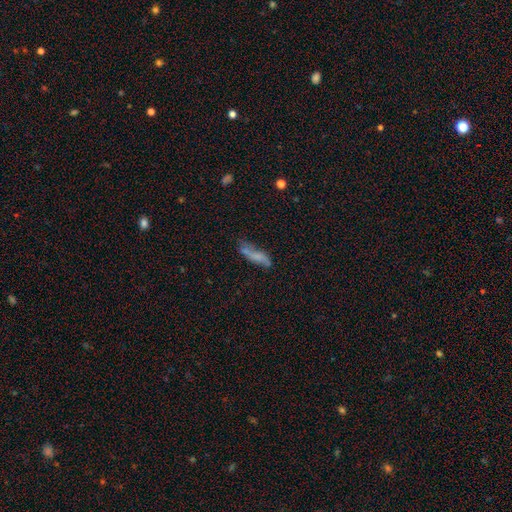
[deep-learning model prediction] A smooth galaxy with no disk features (56%) that is cigar-shaped (62%). Merging: none (49%).